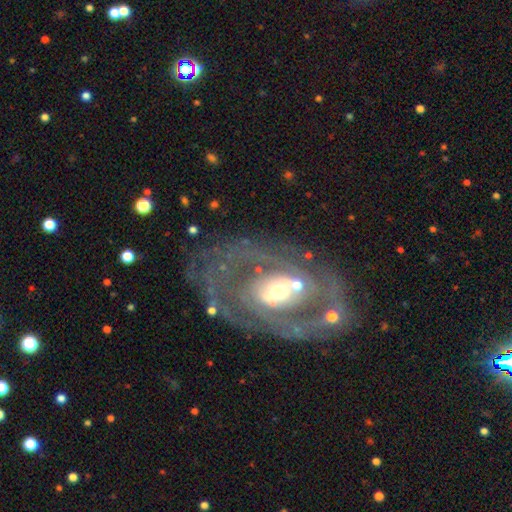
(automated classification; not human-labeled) This is likely a featured or disk galaxy (79%). It is clearly not viewed edge-on (95%). Bar: likely no (60%). Spiral arm pattern: likely yes (63%). Central bulge: possibly moderate (49%). Merging: likely none (64%).